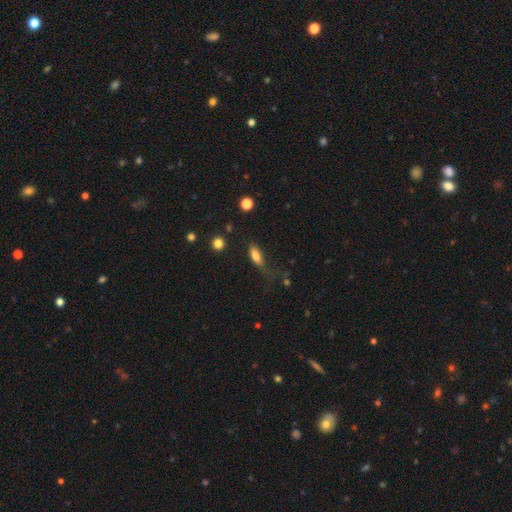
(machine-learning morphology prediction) This appears to be a smooth galaxy with no disk features (79%) that is in between round and cigar-shaped (67%). Merging: none (48%).